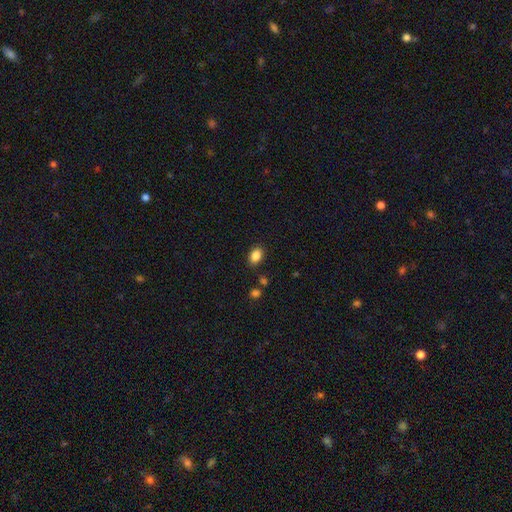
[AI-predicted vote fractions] Q: Smooth or featured?
A: smooth (86%); runner-up: star or artifact (9%)
Q: How rounded?
A: in between (84%); runner-up: round (15%)
Q: Merging?
A: none (85%); runner-up: minor disturbance (10%)